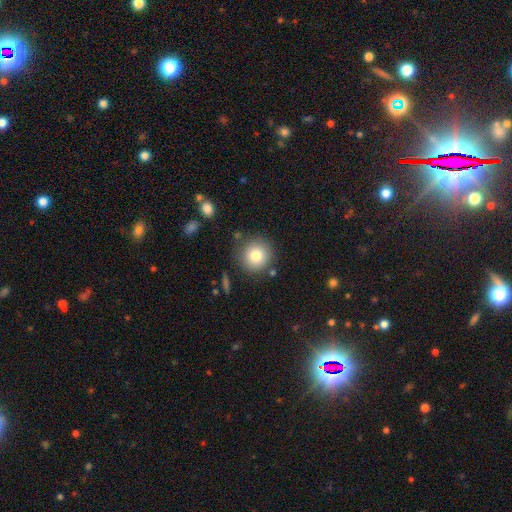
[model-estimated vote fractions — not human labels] The model was most divided on "smooth or featured": smooth: 79%, featured or disk: 11%, star or artifact: 11%. More confident: how rounded — round (93%); merging — none (84%).